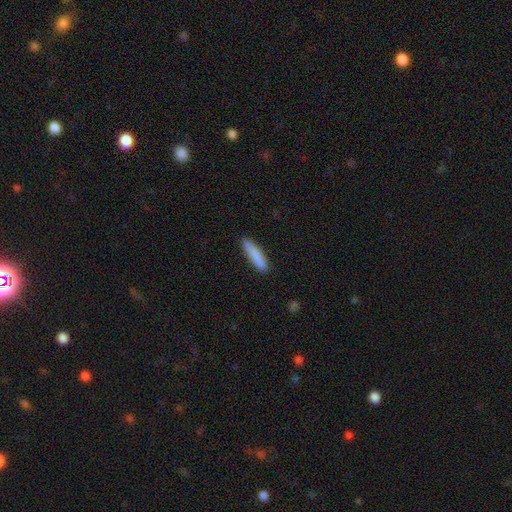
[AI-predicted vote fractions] This appears to be a smooth galaxy with no disk features (86%) that is cigar-shaped (84%). Merging: none (89%).